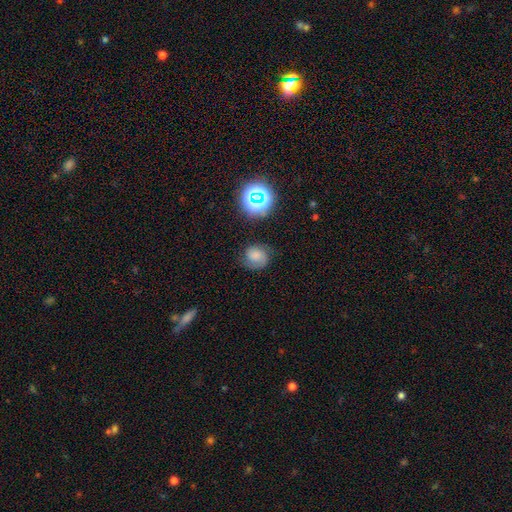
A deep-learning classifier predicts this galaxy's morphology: The model was most divided on "smooth or featured": smooth: 55%, featured or disk: 27%, star or artifact: 18%. More confident: how rounded — round (75%); merging — none (68%).